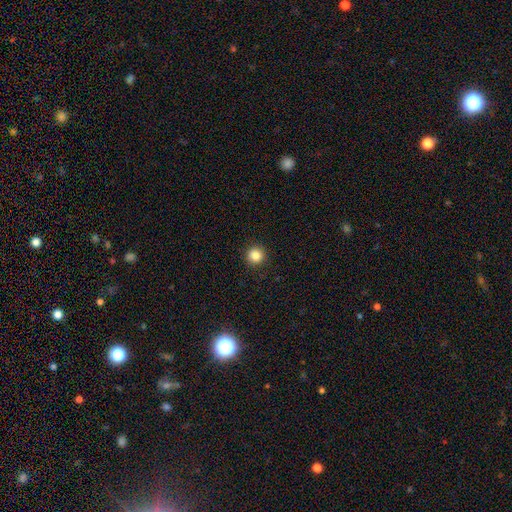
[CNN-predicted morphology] Overall: smooth (84%). How rounded: round (95%). Merging: none (93%).